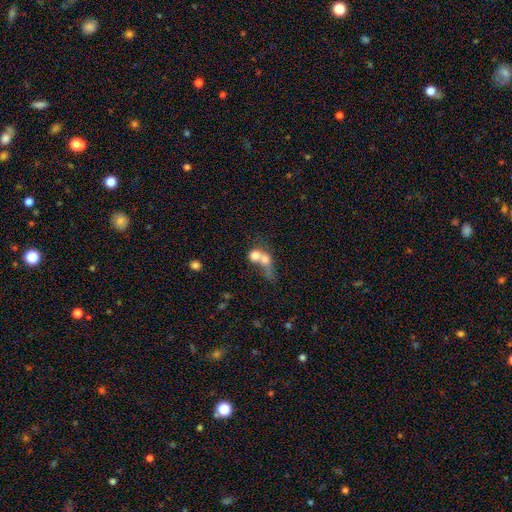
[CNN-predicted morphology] A smooth galaxy with no disk features (63%) that is round (55%). Merging: merger (73%).